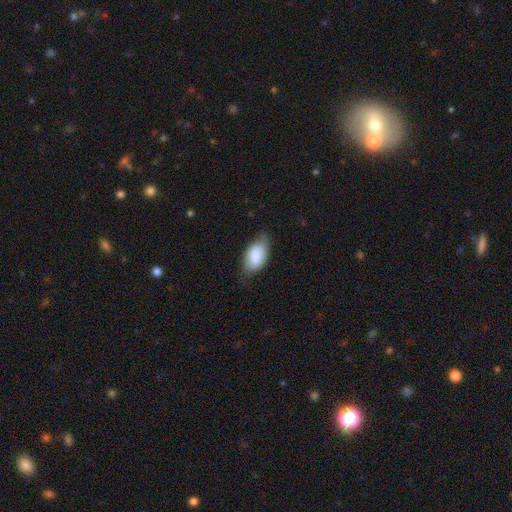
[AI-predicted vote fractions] This appears to be a smooth galaxy with no disk features (83%) that is in between round and cigar-shaped (93%). Merging: none (64%).